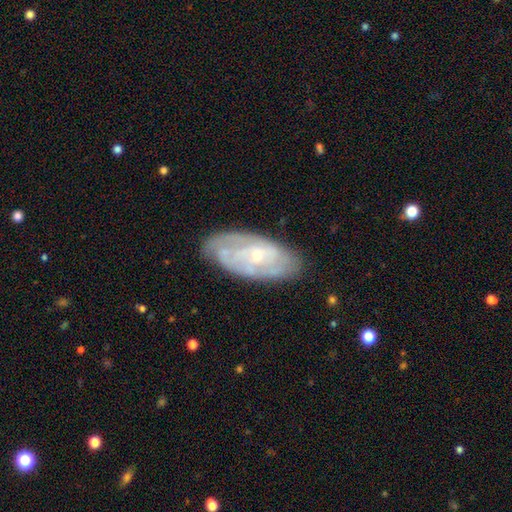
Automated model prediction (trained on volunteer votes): Smooth or featured?
  - featured or disk: 73% *
  - smooth: 21%
  - star or artifact: 6%
Edge-on disk?
  - no: 92% *
  - yes: 8%
Bar?
  - no: 60% *
  - weak: 32%
  - strong: 8%
Spiral arms?
  - yes: 82% *
  - no: 18%
Spiral winding?
  - tight: 59% *
  - medium: 31%
  - loose: 10%
Spiral arm count?
  - can't tell: 47% *
  - 2: 29%
  - 3: 12%
  - 4: 5%
  - 1: 4%
  - more than 4: 3%
Bulge size?
  - small: 72% *
  - moderate: 23%
  - none: 2%
  - large: 1%
  - dominant: 1%
Merging?
  - none: 76% *
  - minor disturbance: 18%
  - major disturbance: 5%
  - merger: 2%